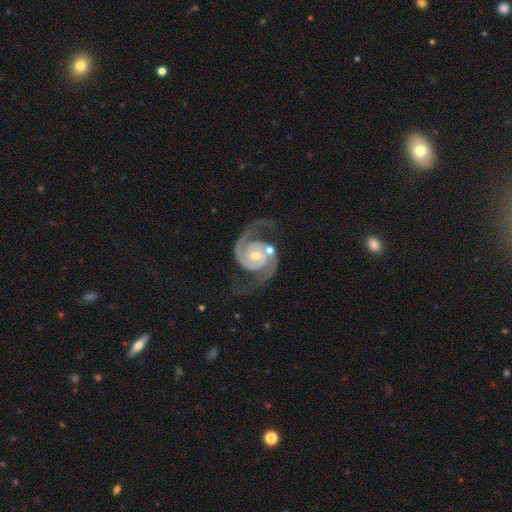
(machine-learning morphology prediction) Q: Smooth or featured?
A: featured or disk (93%); runner-up: star or artifact (4%)
Q: Edge-on disk?
A: no (98%); runner-up: yes (2%)
Q: Bar?
A: no (64%); runner-up: weak (27%)
Q: Spiral arms?
A: yes (99%); runner-up: no (1%)
Q: Spiral winding?
A: medium (52%); runner-up: tight (34%)
Q: Spiral arm count?
A: 2 (93%); runner-up: 3 (2%)
Q: Bulge size?
A: moderate (52%); runner-up: small (44%)
Q: Merging?
A: none (67%); runner-up: minor disturbance (15%)